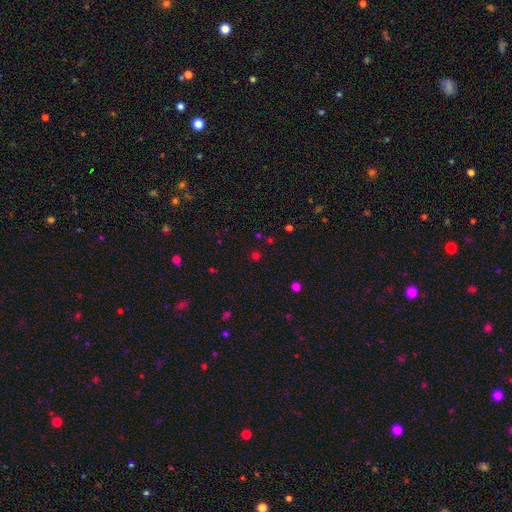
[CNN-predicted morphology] This appears to be a smooth galaxy with no disk features (54%) that is round (90%). Merging: none (85%).